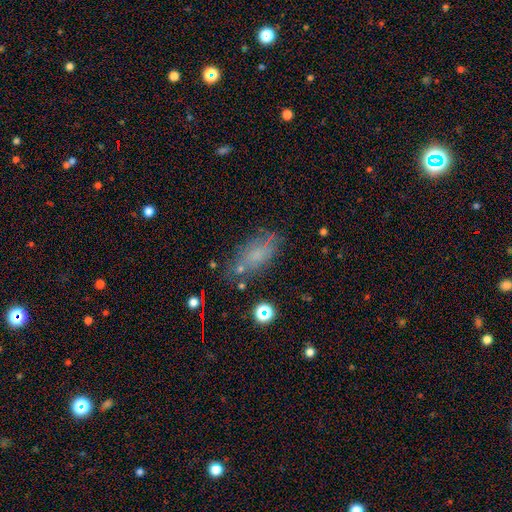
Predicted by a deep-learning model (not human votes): smooth_or_featured: smooth (p=0.63) [alt: featured or disk p=0.19]
how_rounded: in between (p=0.83) [alt: cigar-shaped p=0.10]
merging: none (p=0.61) [alt: minor disturbance p=0.22]